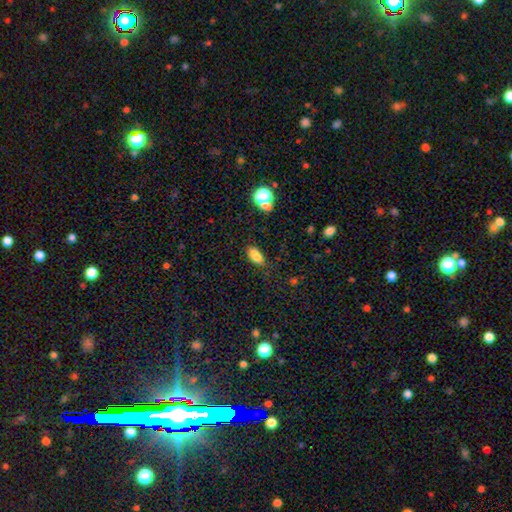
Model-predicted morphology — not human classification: A smooth galaxy with no disk features (80%) that is in between round and cigar-shaped (87%).

Vote fractions:
- Smooth or featured? smooth: 80% / star or artifact: 13% / featured or disk: 7%
- How rounded? in between: 87% / cigar-shaped: 8% / round: 5%
- Merging? none: 76% / minor disturbance: 16% / major disturbance: 4% / merger: 3%